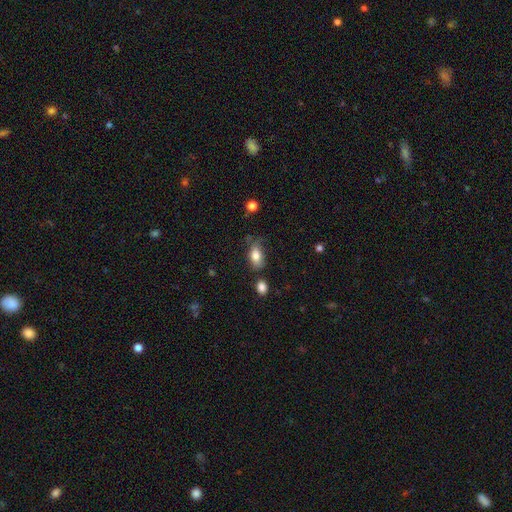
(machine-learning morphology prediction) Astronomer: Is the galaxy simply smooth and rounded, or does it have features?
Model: smooth — 80%.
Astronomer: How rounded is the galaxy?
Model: in between — 89%.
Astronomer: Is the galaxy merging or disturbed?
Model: none — 58%.